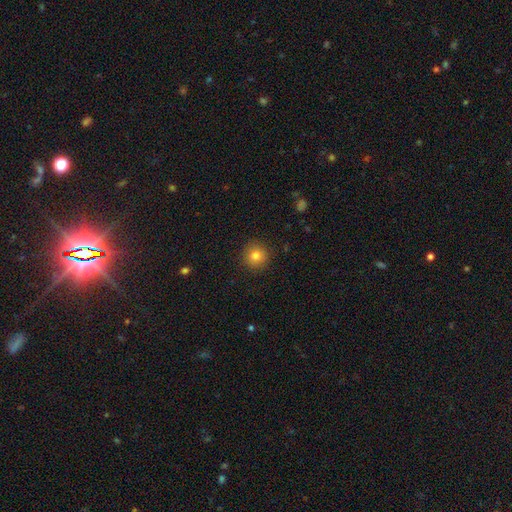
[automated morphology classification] Smooth or featured?
  - smooth: 82% *
  - star or artifact: 11%
  - featured or disk: 7%
How rounded?
  - round: 94% *
  - in between: 6%
  - cigar-shaped: 1%
Merging?
  - none: 90% *
  - minor disturbance: 6%
  - major disturbance: 2%
  - merger: 1%